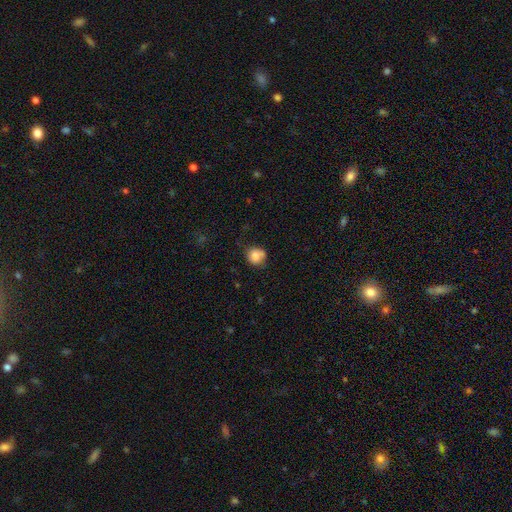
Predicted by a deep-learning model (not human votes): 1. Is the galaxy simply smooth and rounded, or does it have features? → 82% smooth, 10% star or artifact, 8% featured or disk.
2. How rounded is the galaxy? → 85% round, 14% in between, 1% cigar-shaped.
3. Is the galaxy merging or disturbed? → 60% none, 23% minor disturbance, 12% merger, 5% major disturbance.